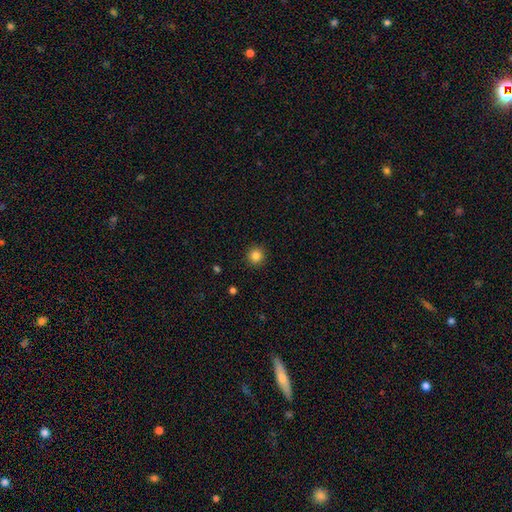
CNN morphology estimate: smooth-or-featured: smooth: 84% | star or artifact: 11% | featured or disk: 5%
  how-rounded: round: 94% | in between: 5% | cigar-shaped: 1%
  merging: none: 92% | minor disturbance: 5% | major disturbance: 2% | merger: 1%